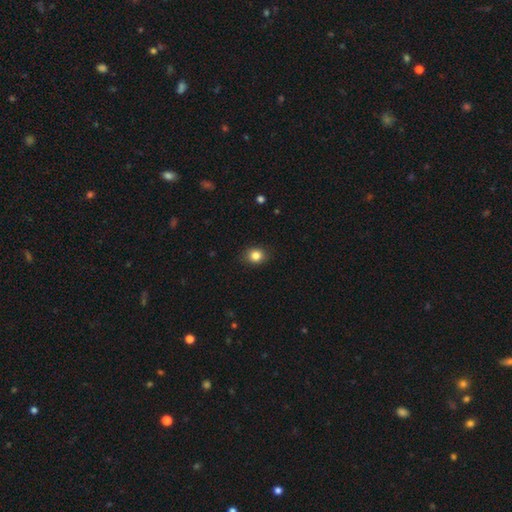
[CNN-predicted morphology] This appears to be a smooth galaxy with no disk features (84%) that is round (66%). Merging: none (87%).